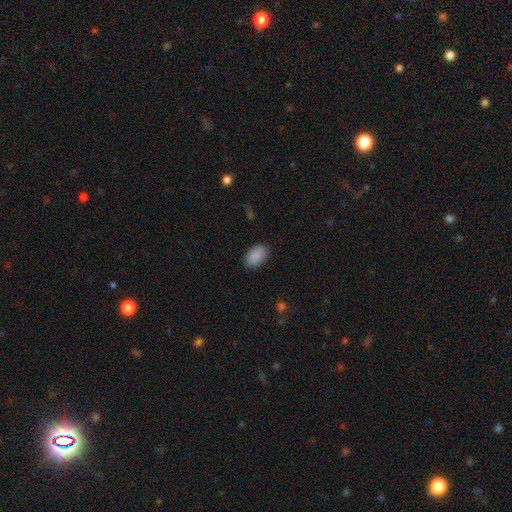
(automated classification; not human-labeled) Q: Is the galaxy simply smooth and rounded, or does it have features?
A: smooth — 89%.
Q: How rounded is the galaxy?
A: in between — 92%.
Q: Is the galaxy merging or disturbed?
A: none — 85%.